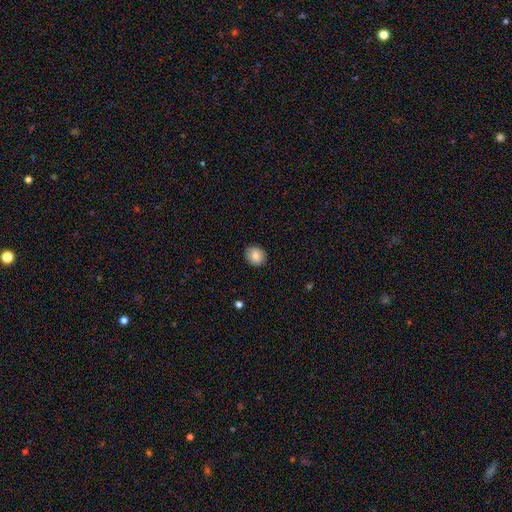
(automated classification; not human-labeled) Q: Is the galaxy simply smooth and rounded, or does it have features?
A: smooth — 83%.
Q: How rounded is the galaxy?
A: round — 79%.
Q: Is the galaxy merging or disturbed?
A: none — 91%.